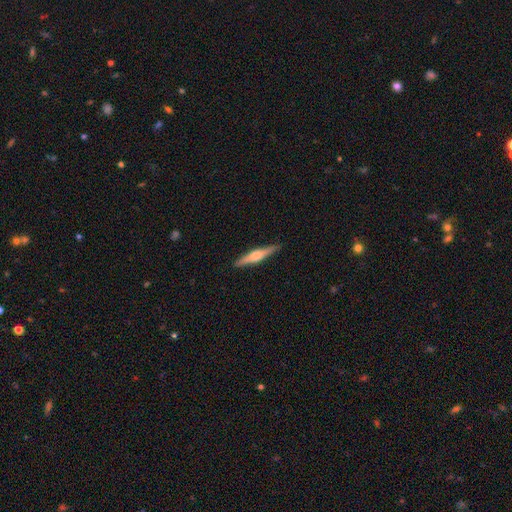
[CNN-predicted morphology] Overall: featured or disk (64%; smooth 30%). Edge-on disk: yes (97%). Edge-on bulge: rounded (78%). Merging: none (90%).